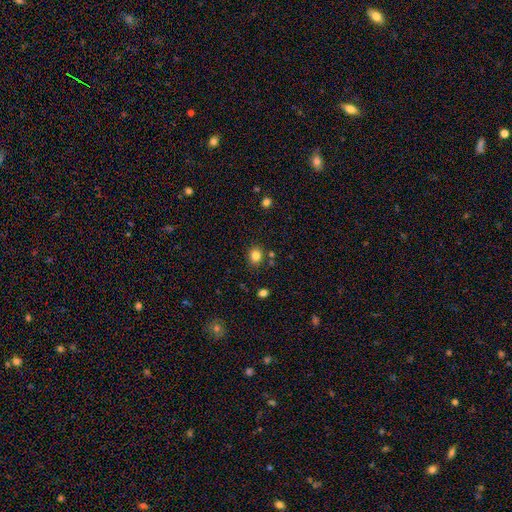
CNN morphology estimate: Smooth or featured? smooth (82%)
How rounded? round (69%)
Merging? none (83%)